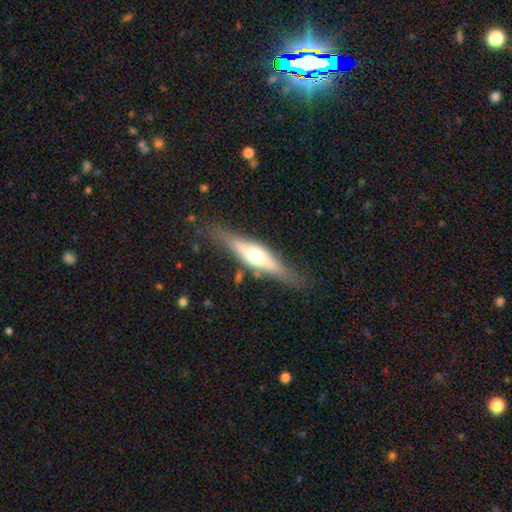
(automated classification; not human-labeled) smooth-or-featured: featured or disk: 62% | smooth: 32% | star or artifact: 6%
  disk-edge-on: yes: 91% | no: 9%
    edge-on-bulge: rounded: 91% | boxy: 6% | none: 3%
  merging: none: 79% | minor disturbance: 14% | major disturbance: 4% | merger: 3%